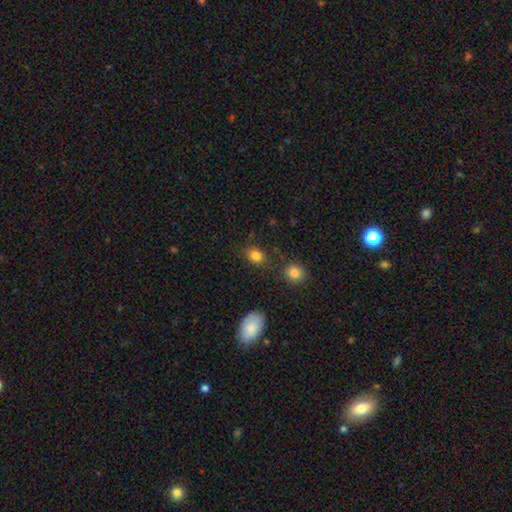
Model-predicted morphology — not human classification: smooth 83%, star or artifact 11%, featured or disk 6%. Down the decision tree: how rounded — in between (51%); merging — none (77%).